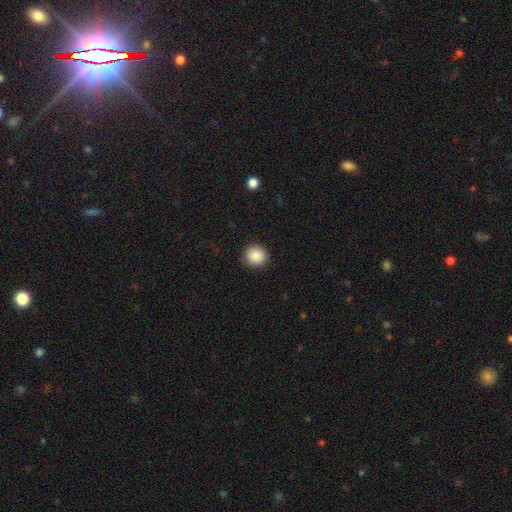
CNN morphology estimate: Overall: smooth (88%). How rounded: round (91%). Merging: none (91%).